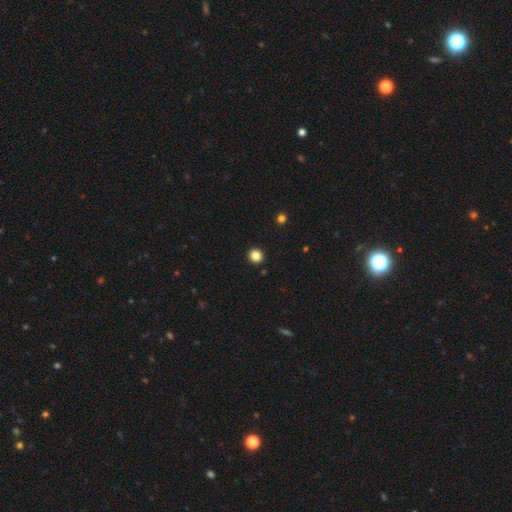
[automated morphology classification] This is clearly a smooth galaxy (85%). How rounded: clearly round (93%). Merging: clearly none (94%).